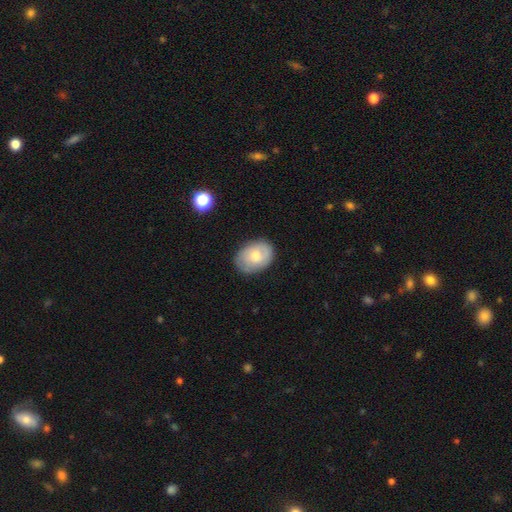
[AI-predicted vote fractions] Smooth or featured? smooth (62%)
How rounded? in between (72%)
Merging? none (80%)